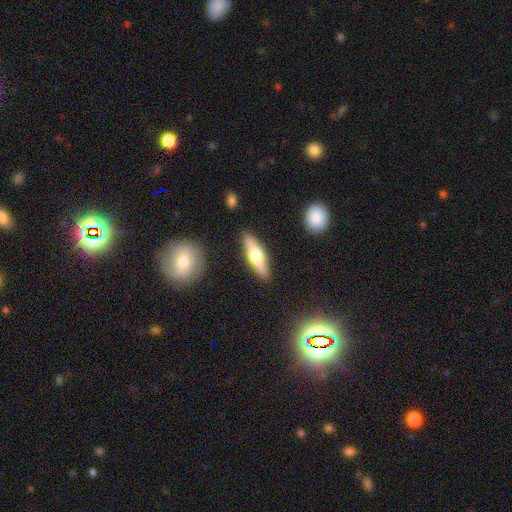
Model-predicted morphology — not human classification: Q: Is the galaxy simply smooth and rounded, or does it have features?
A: smooth — 51%.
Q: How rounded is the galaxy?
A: cigar-shaped — 57%.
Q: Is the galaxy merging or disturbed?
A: none — 88%.